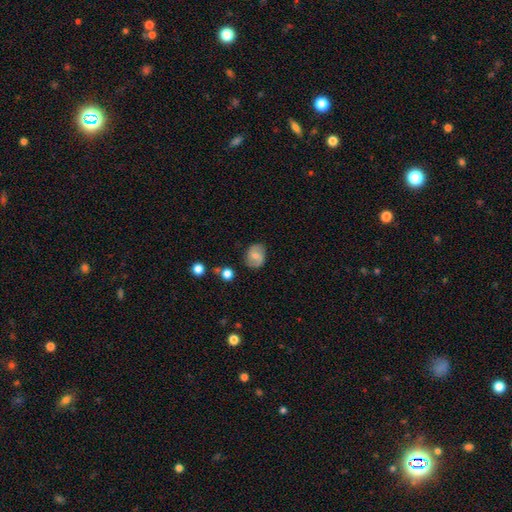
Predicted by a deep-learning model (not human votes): This is possibly a featured or disk galaxy (47%). Merging: likely none (76%).